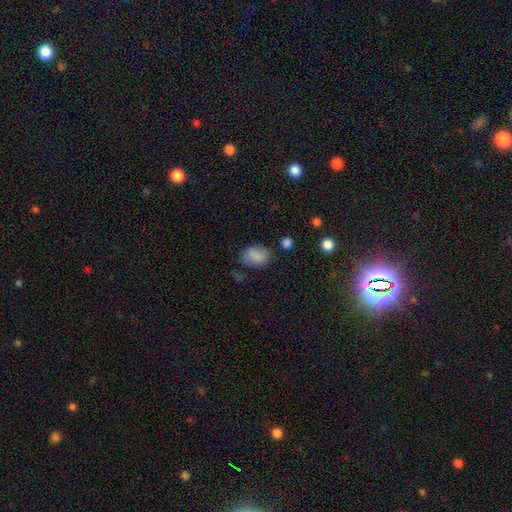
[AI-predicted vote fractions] Smooth or featured? Predicted: smooth (p=0.85). How rounded? Predicted: in between (p=0.80). Merging? Predicted: none (p=0.68).